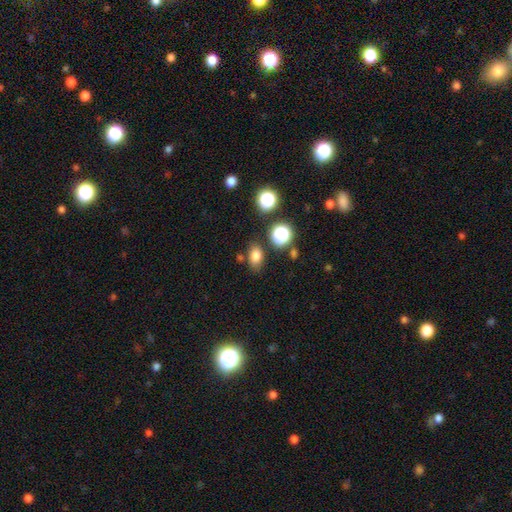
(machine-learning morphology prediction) Smooth or featured? Predicted: smooth (p=0.79). How rounded? Predicted: in between (p=0.78). Merging? Predicted: none (p=0.78).